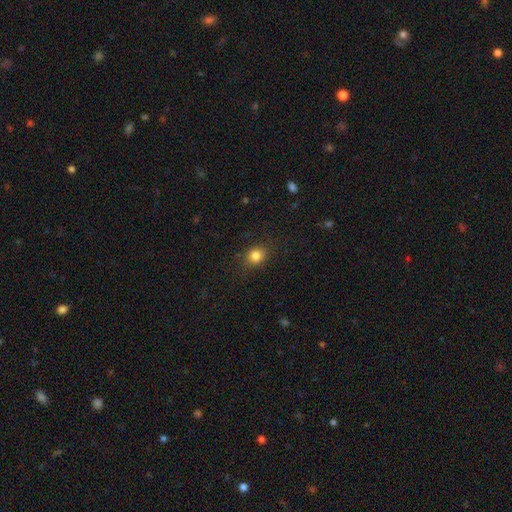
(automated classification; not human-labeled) A smooth galaxy with no disk features (83%) that is round (69%).

Vote fractions:
- Smooth or featured? smooth: 83% / star or artifact: 11% / featured or disk: 6%
- How rounded? round: 69% / in between: 30% / cigar-shaped: 1%
- Merging? none: 84% / minor disturbance: 11% / major disturbance: 4% / merger: 1%